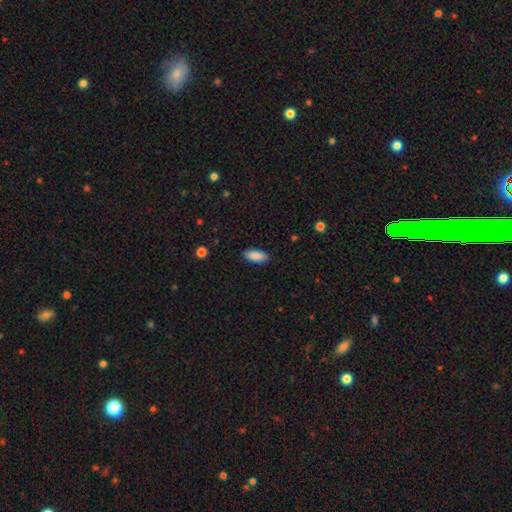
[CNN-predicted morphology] Overall: smooth (89%). How rounded: in between (84%). Merging: none (88%).